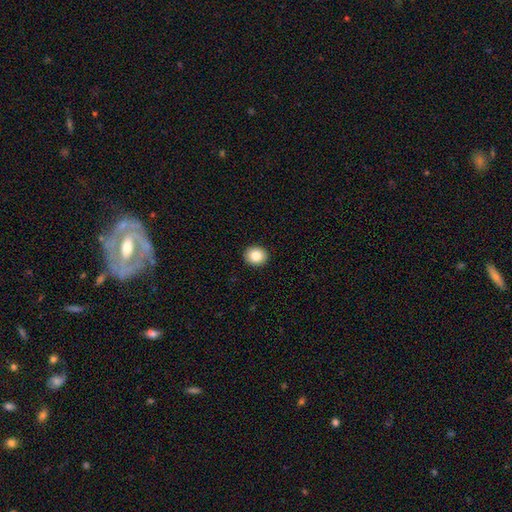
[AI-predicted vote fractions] Overall: smooth (85%). How rounded: round (78%). Merging: none (93%).